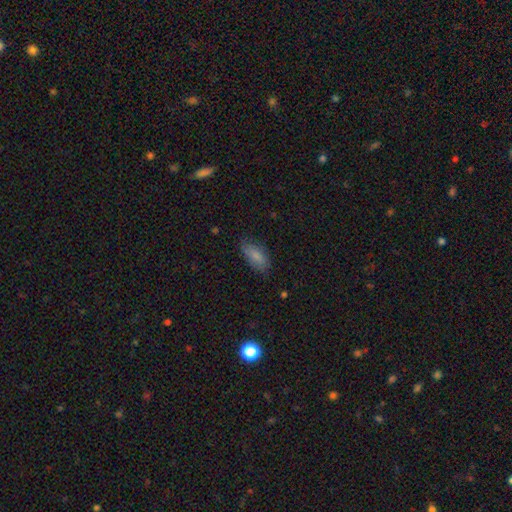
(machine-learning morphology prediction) Smooth or featured? smooth (83%)
How rounded? in between (84%)
Merging? none (75%)